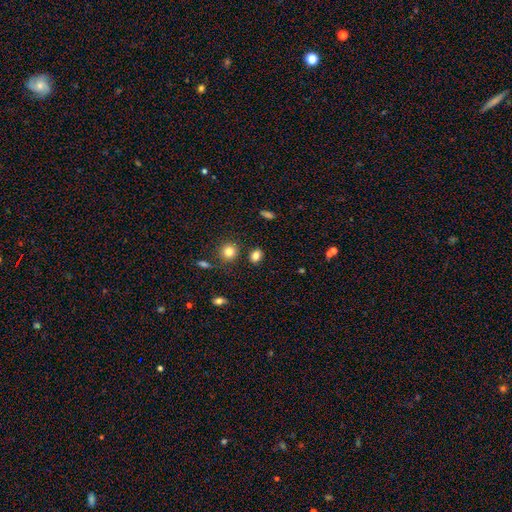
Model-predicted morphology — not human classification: A smooth galaxy with no disk features (82%) that is in between round and cigar-shaped (55%).

Vote fractions:
- Smooth or featured? smooth: 82% / star or artifact: 12% / featured or disk: 6%
- How rounded? in between: 55% / round: 44% / cigar-shaped: 2%
- Merging? none: 83% / minor disturbance: 9% / merger: 5% / major disturbance: 3%